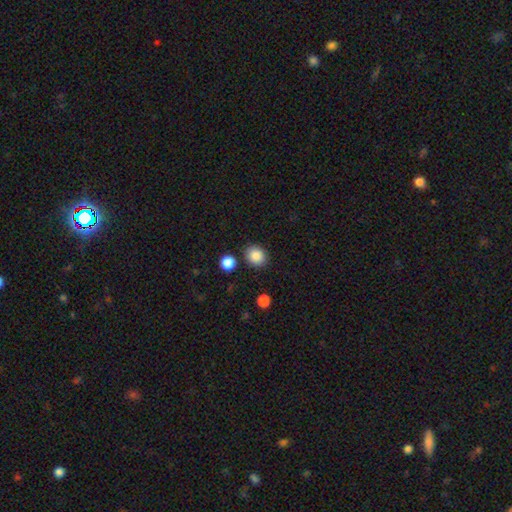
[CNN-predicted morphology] smooth 87%, star or artifact 9%, featured or disk 4%. Down the decision tree: how rounded — round (68%); merging — none (84%).